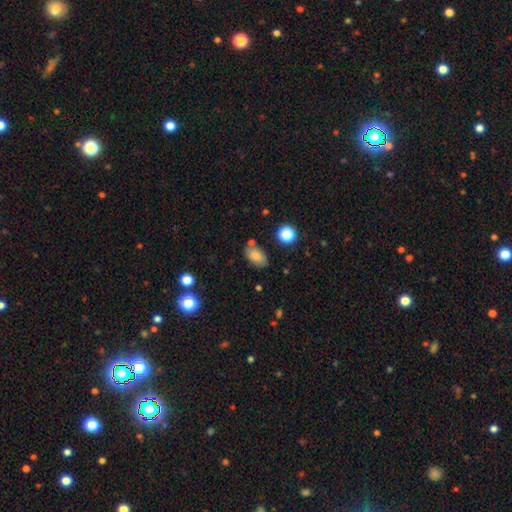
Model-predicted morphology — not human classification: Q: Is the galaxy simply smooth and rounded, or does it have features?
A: smooth — 82%.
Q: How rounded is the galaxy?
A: in between — 89%.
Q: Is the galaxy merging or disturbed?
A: none — 72%.